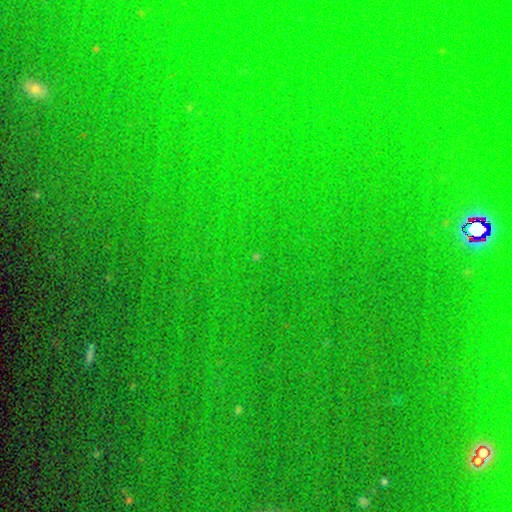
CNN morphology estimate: Smooth or featured?
  - star or artifact: 82% *
  - smooth: 10%
  - featured or disk: 8%